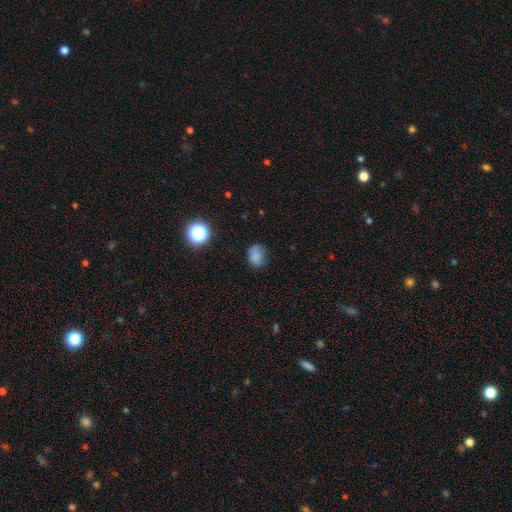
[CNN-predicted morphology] The model was most divided on "how rounded": in between: 62%, round: 37%, cigar-shaped: 1%. More confident: smooth or featured — smooth (78%); merging — none (64%).